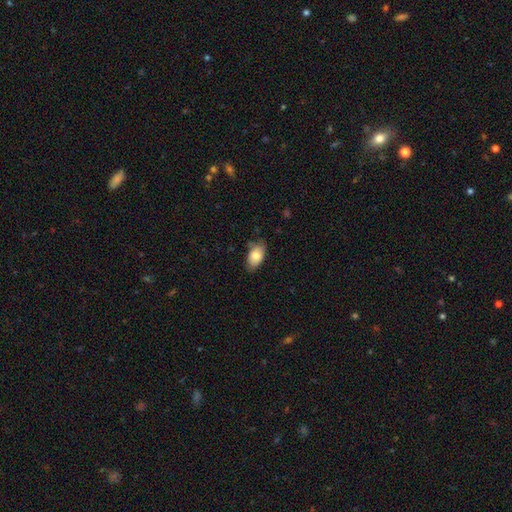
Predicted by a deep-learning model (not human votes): This appears to be a smooth galaxy with no disk features (79%) that is in between round and cigar-shaped (93%). Merging: none (74%).